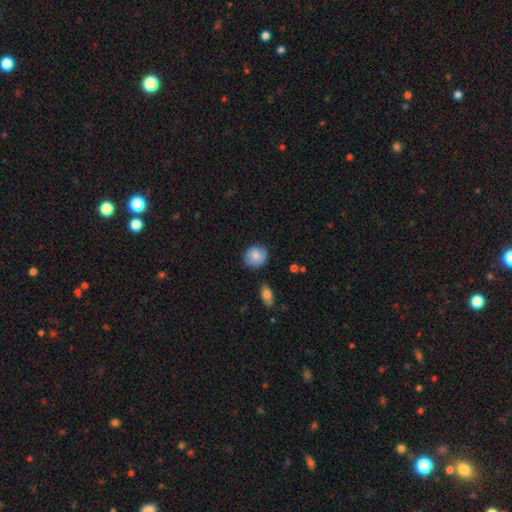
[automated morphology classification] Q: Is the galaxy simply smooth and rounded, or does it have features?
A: smooth — 78%.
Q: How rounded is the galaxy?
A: round — 78%.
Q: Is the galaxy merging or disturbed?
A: none — 77%.